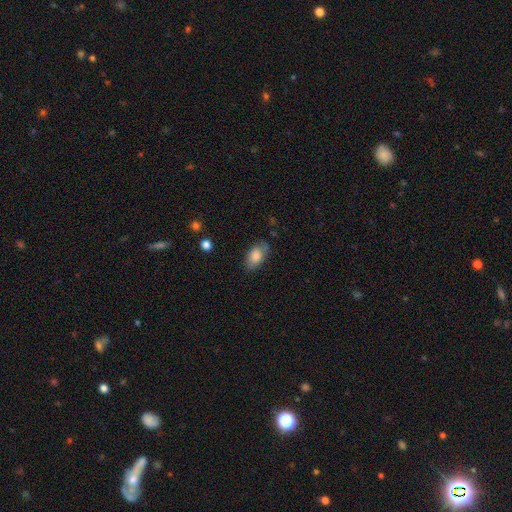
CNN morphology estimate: smooth-or-featured: smooth: 82% | featured or disk: 11% | star or artifact: 7%
  how-rounded: in between: 92% | round: 6% | cigar-shaped: 2%
  merging: none: 74% | minor disturbance: 19% | major disturbance: 5% | merger: 2%